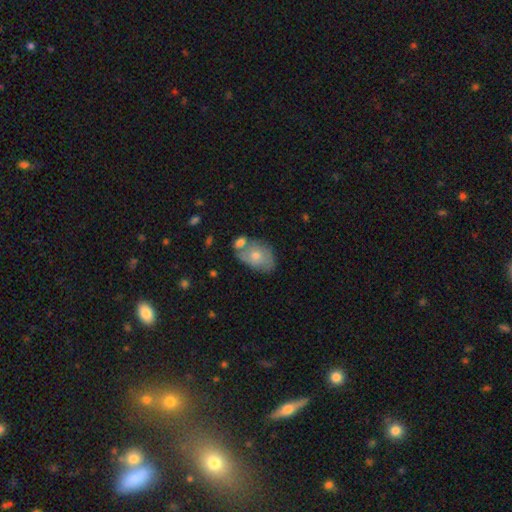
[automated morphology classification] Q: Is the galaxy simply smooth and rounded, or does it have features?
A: smooth — 60%.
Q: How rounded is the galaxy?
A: in between — 82%.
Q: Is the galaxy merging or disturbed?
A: none — 47%.